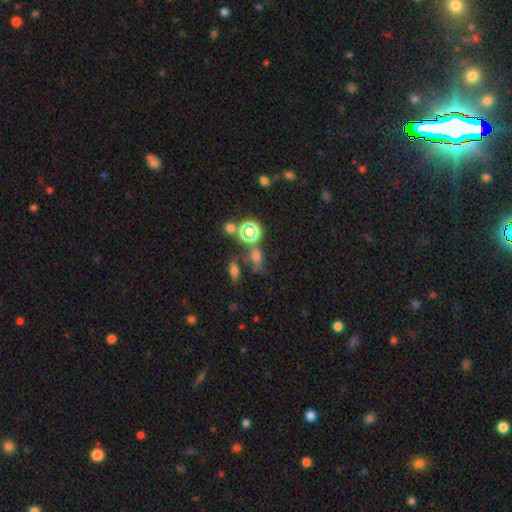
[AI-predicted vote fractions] The model was most divided on "smooth or featured": smooth: 48%, star or artifact: 37%, featured or disk: 15%. More confident: merging — none (51%).